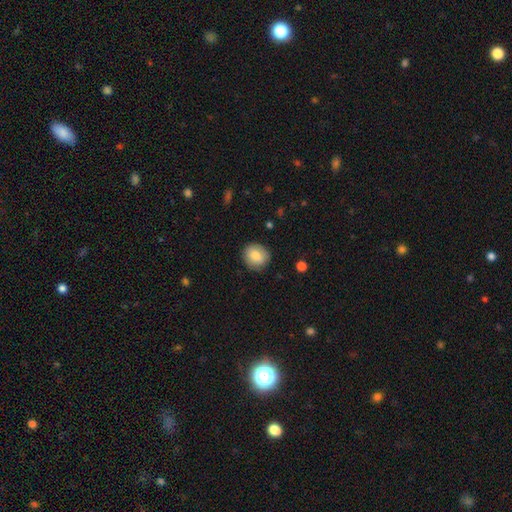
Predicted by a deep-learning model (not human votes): Overall: smooth (83%). How rounded: round (79%). Merging: none (87%).